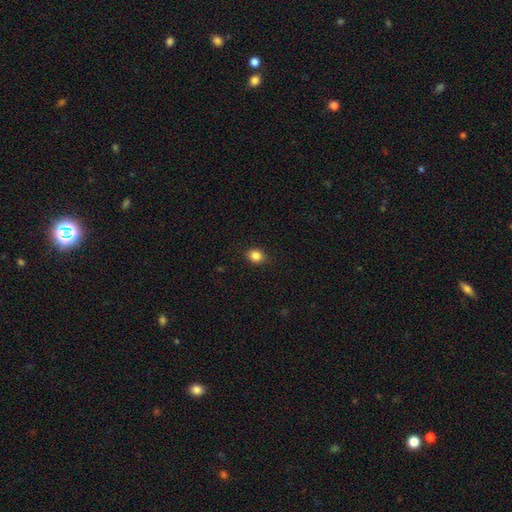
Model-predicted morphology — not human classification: Overall: smooth (84%). How rounded: round (59%; in between 40%). Merging: none (89%).